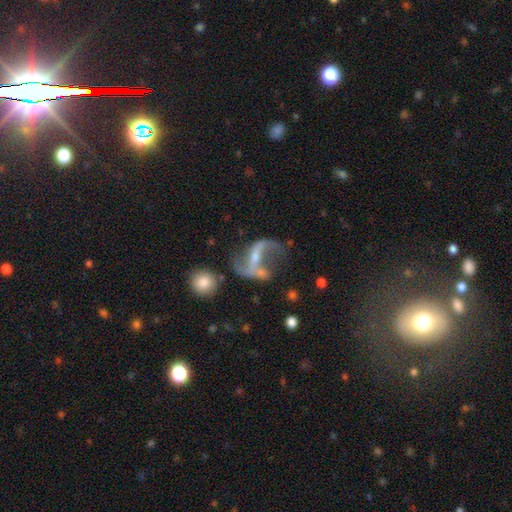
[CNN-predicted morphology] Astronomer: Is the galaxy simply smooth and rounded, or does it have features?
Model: featured or disk — 82%.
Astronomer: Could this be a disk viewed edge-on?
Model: no — 95%.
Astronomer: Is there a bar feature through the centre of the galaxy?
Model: strong — 43% (runner-up: weak, 34%).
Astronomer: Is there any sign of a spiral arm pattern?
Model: yes — 87%.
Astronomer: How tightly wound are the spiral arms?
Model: loose — 85%.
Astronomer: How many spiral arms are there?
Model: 2 — 84%.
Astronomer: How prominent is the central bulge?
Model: small — 57%.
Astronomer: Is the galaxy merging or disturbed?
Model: none — 41% (runner-up: major disturbance, 29%).